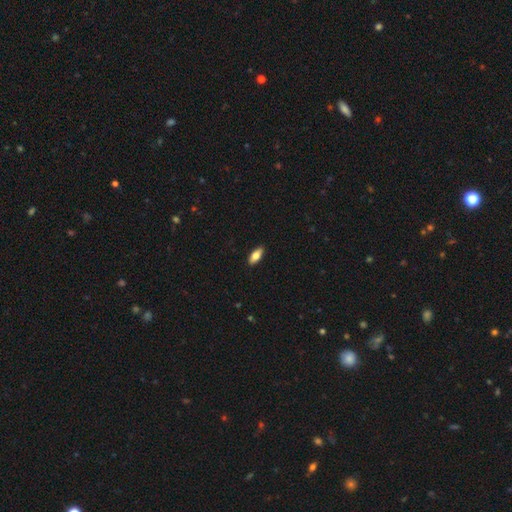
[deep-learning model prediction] smooth_or_featured: smooth (p=0.77) [alt: featured or disk p=0.17]
how_rounded: in between (p=0.82) [alt: cigar-shaped p=0.15]
merging: none (p=0.90) [alt: minor disturbance p=0.08]